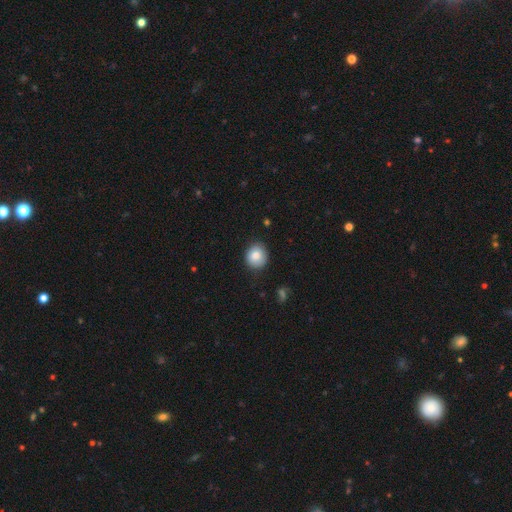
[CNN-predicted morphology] The model was most divided on "how rounded": round: 81%, in between: 18%, cigar-shaped: 1%. More confident: merging — none (85%); smooth or featured — smooth (84%).